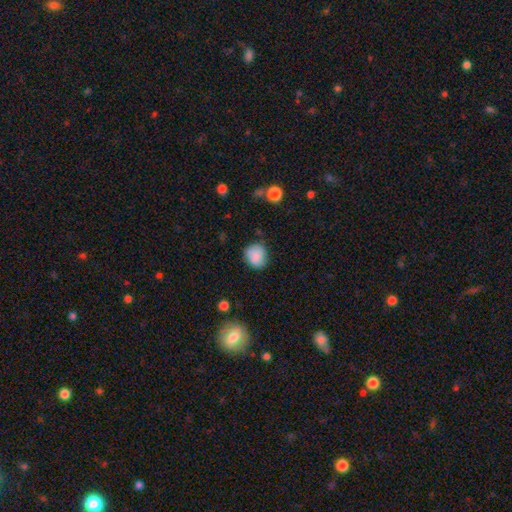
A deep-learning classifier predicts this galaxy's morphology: Smooth or featured? smooth (85%)
How rounded? round (76%)
Merging? none (75%)